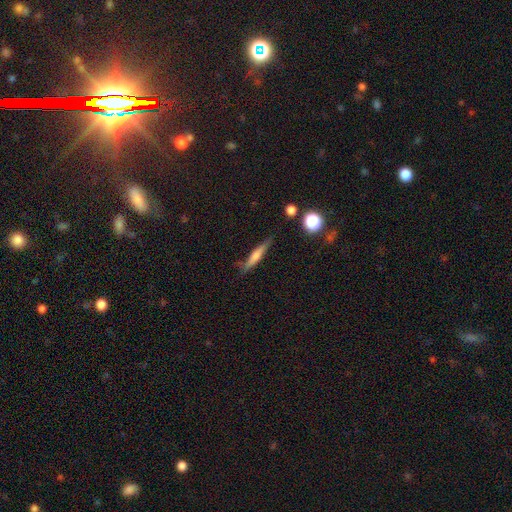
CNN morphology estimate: Smooth or featured? Predicted: smooth (p=0.53). How rounded? Predicted: cigar-shaped (p=0.89). Merging? Predicted: none (p=0.78).